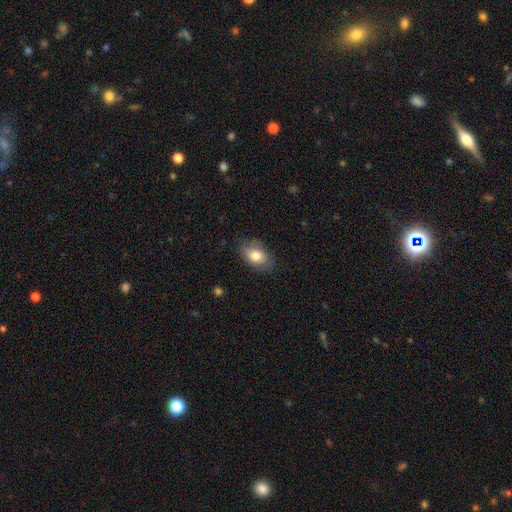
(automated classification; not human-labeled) Smooth or featured? Predicted: smooth (p=0.76). How rounded? Predicted: in between (p=0.87). Merging? Predicted: none (p=0.78).